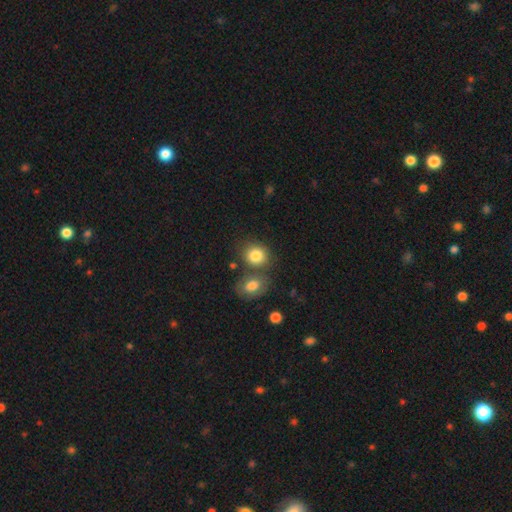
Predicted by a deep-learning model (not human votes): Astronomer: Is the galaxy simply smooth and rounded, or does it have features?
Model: smooth — 83%.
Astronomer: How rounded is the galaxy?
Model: round — 66%.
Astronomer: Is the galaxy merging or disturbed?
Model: none — 57%.